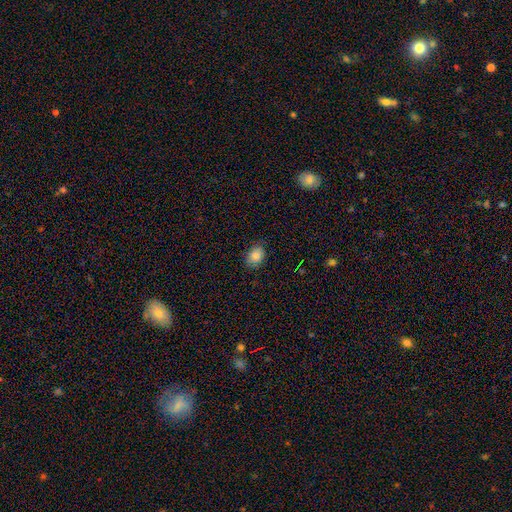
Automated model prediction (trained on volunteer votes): Smooth or featured? Predicted: smooth (p=0.83). How rounded? Predicted: in between (p=0.62). Merging? Predicted: none (p=0.79).